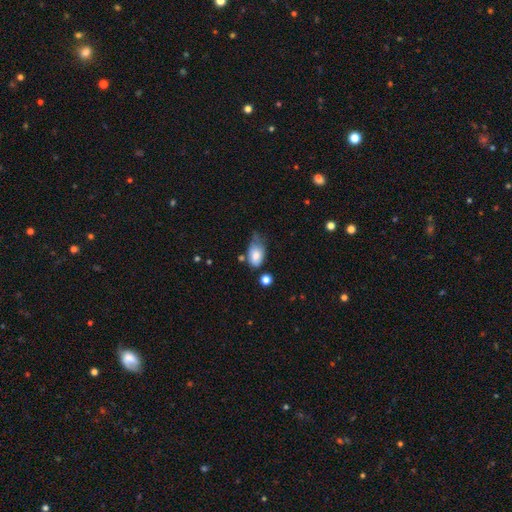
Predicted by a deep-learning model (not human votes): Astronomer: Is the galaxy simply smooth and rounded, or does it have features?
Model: smooth — 76%.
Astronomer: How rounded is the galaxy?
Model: in between — 88%.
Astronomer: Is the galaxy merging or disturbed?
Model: minor disturbance — 42% (runner-up: none, 26%).